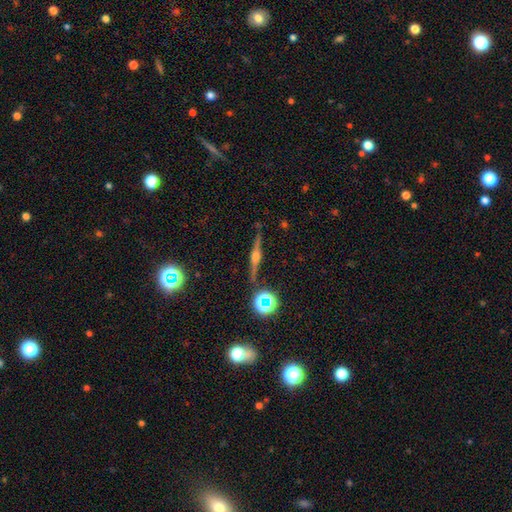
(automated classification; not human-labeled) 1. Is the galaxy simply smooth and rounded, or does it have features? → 76% featured or disk, 12% star or artifact, 12% smooth.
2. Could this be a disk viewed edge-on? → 96% yes, 4% no.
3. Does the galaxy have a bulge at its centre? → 92% rounded, 4% boxy, 4% none.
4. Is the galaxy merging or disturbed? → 88% none, 7% minor disturbance, 2% merger, 2% major disturbance.